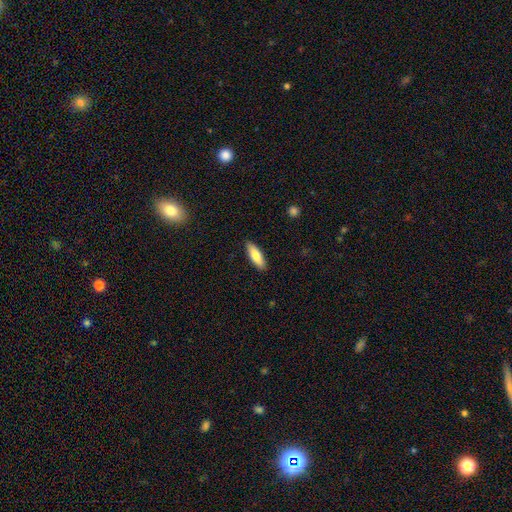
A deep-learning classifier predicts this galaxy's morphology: Smooth or featured? Predicted: smooth (p=0.78). How rounded? Predicted: in between (p=0.60). Merging? Predicted: none (p=0.89).